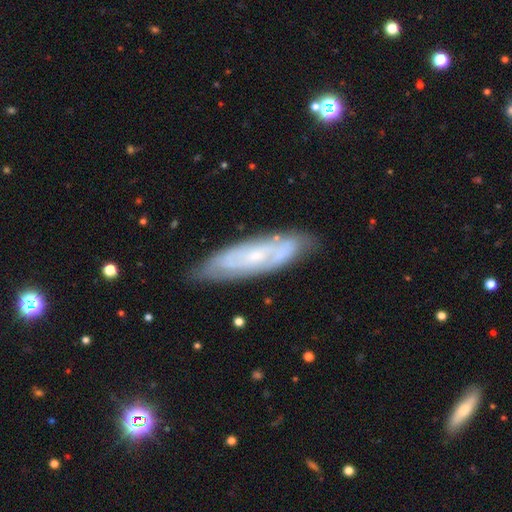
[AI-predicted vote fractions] smooth_or_featured: featured or disk (p=0.70) [alt: smooth p=0.23]
disk_edge_on: no (p=0.77) [alt: yes p=0.23]
bar: no (p=0.66) [alt: weak p=0.27]
has_spiral_arms: yes (p=0.81) [alt: no p=0.19]
bulge_size: small (p=0.72) [alt: moderate p=0.19]
merging: none (p=0.78) [alt: minor disturbance p=0.16]